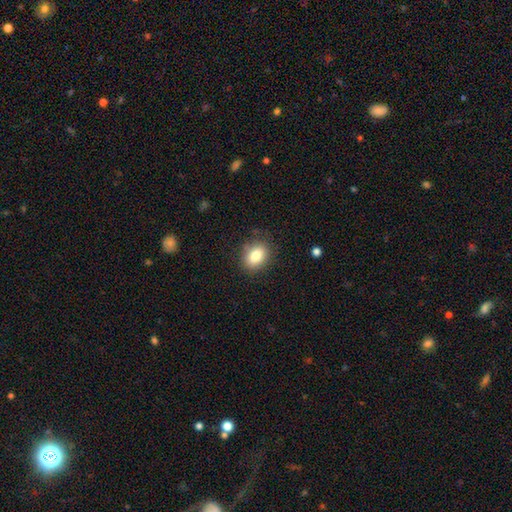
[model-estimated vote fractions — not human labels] This appears to be a smooth galaxy with no disk features (82%) that is in between round and cigar-shaped (65%). Merging: none (84%).